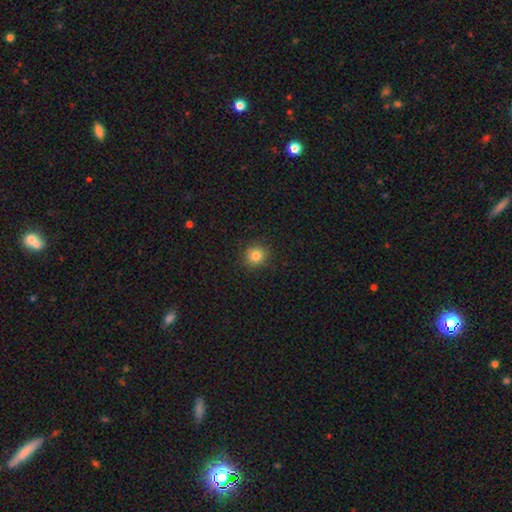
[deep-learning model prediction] This is clearly a smooth galaxy (82%). How rounded: clearly round (85%). Merging: clearly none (88%).